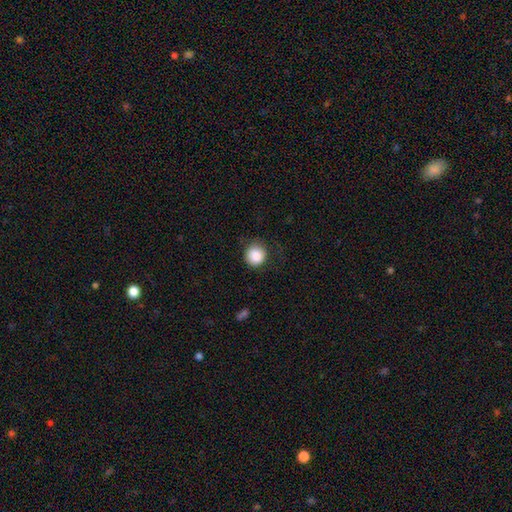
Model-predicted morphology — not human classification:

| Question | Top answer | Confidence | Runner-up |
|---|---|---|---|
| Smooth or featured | smooth | 88% | star or artifact (9%) |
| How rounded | round | 91% | in between (9%) |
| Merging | none | 74% | minor disturbance (18%) |